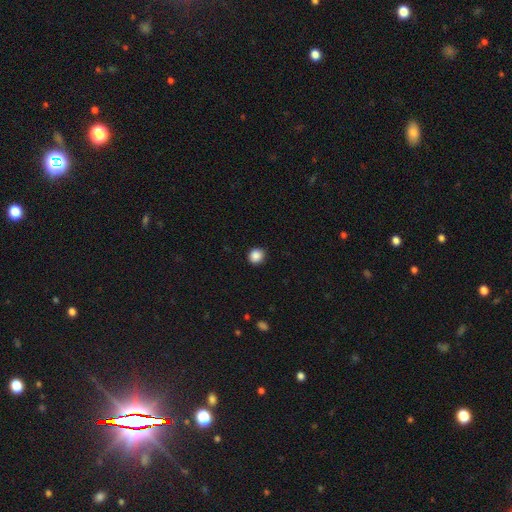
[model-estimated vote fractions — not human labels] smooth-or-featured: smooth: 88% | star or artifact: 10% | featured or disk: 3%
  how-rounded: round: 86% | in between: 13% | cigar-shaped: 1%
  merging: none: 90% | minor disturbance: 8% | major disturbance: 2% | merger: 1%